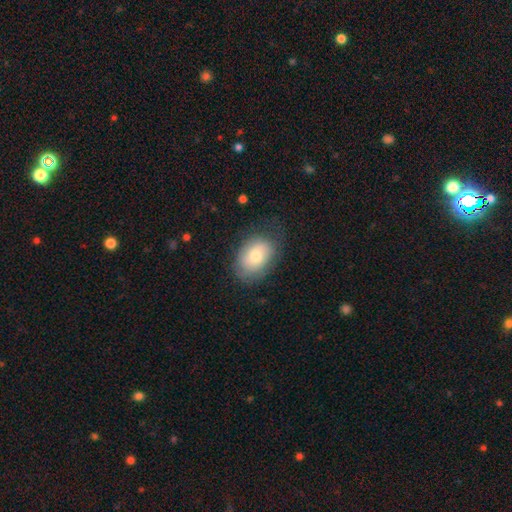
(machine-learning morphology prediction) smooth_or_featured: smooth (p=0.71) [alt: featured or disk p=0.21]
how_rounded: in between (p=0.82) [alt: round p=0.17]
merging: none (p=0.71) [alt: minor disturbance p=0.21]